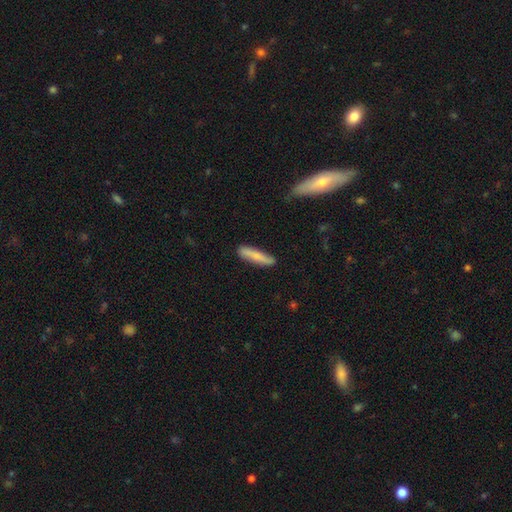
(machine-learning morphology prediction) Q: Smooth or featured?
A: smooth (72%); runner-up: featured or disk (22%)
Q: How rounded?
A: cigar-shaped (85%); runner-up: in between (14%)
Q: Merging?
A: none (82%); runner-up: minor disturbance (14%)